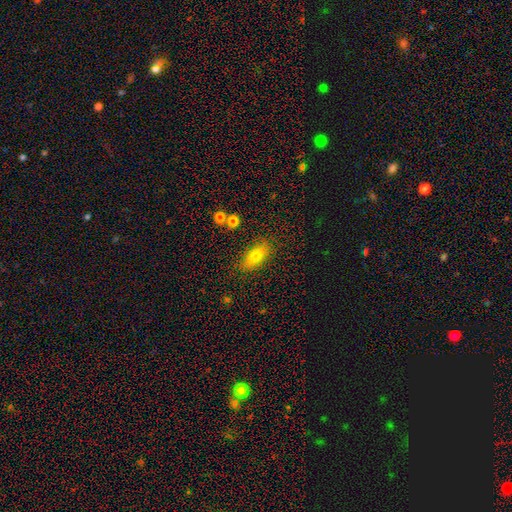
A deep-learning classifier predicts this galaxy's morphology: smooth_or_featured: smooth (p=0.73) [alt: featured or disk p=0.17]
how_rounded: in between (p=0.77) [alt: cigar-shaped p=0.18]
merging: none (p=0.81) [alt: minor disturbance p=0.12]